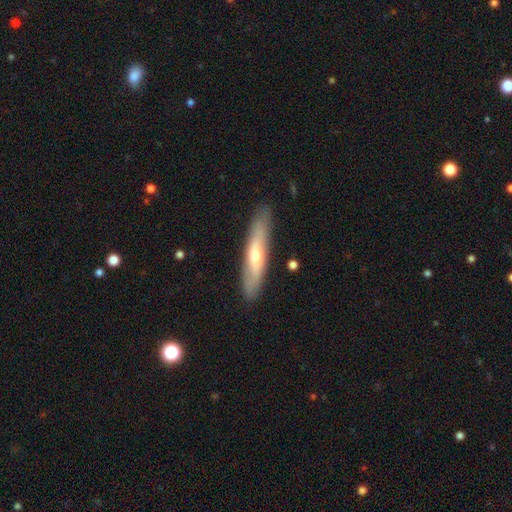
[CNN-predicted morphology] Smooth or featured: featured or disk — 51% (smooth — 43%)
Edge-on disk: yes — 71% (no — 29%)
Merging: none — 86% (minor disturbance — 10%)